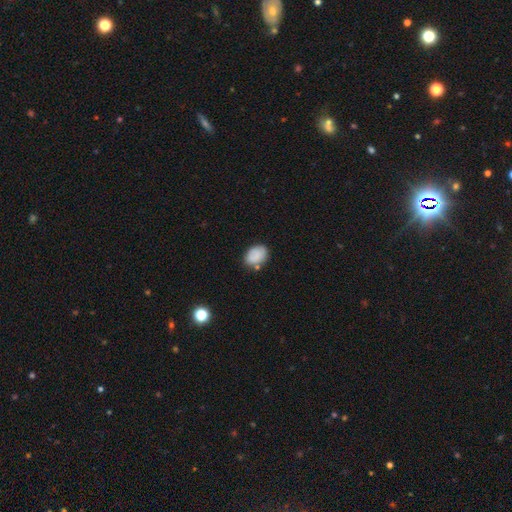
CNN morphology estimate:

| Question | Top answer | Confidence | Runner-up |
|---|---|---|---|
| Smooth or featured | smooth | 84% | star or artifact (9%) |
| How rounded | in between | 76% | round (23%) |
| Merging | none | 72% | minor disturbance (18%) |